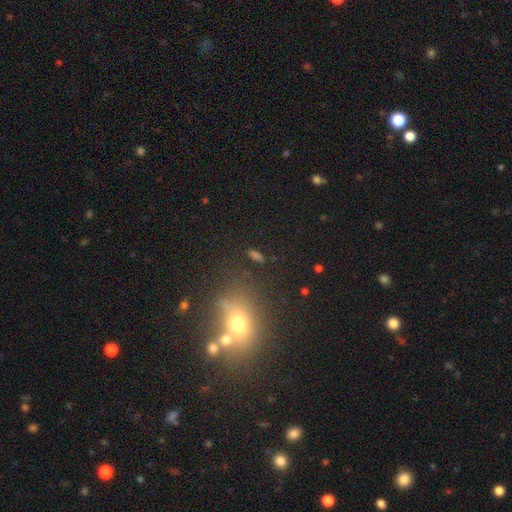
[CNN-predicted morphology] This is possibly a smooth galaxy (53%). How rounded: possibly in between (59%). Merging: likely none (68%).